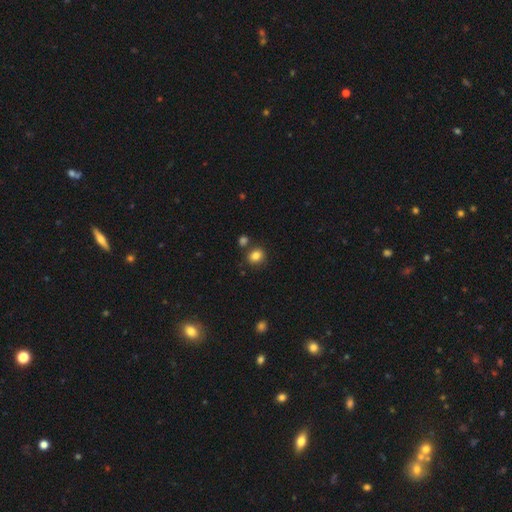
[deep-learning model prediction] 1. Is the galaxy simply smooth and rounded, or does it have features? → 83% smooth, 11% star or artifact, 6% featured or disk.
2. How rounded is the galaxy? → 66% round, 33% in between, 1% cigar-shaped.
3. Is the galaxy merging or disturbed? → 78% none, 10% minor disturbance, 9% merger, 3% major disturbance.